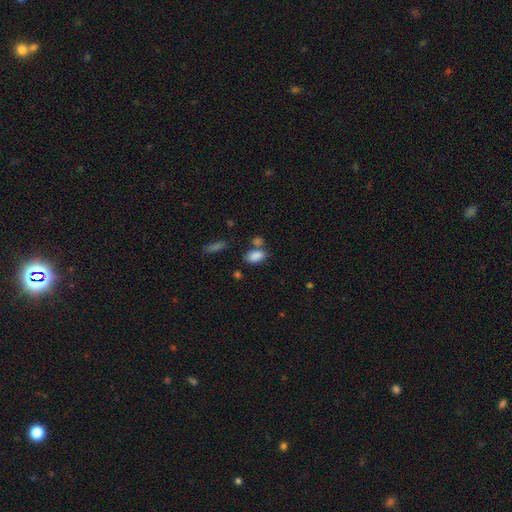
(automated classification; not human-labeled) Morphology: type=smooth (86%); roundness=in between (90%); merging=none (58%).